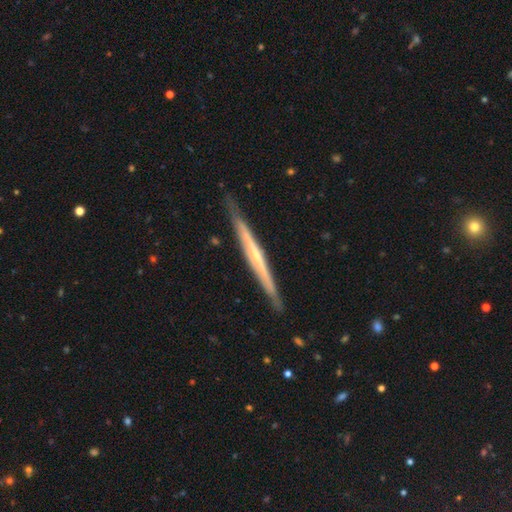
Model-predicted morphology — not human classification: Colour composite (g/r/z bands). It shows a featured or disk galaxy (72%) viewed edge-on (97%) with no central bulge (55%). Merging: none (88%).